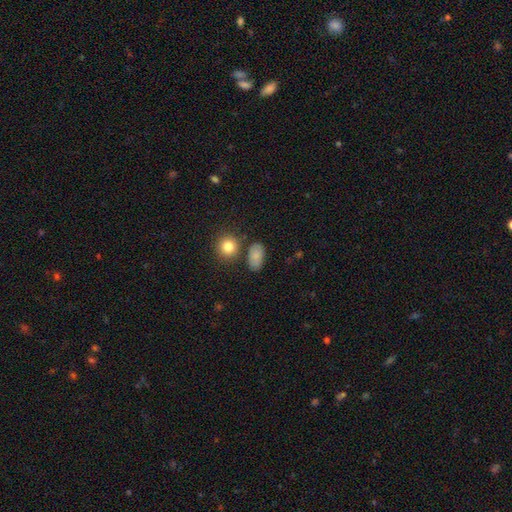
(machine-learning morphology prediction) Smooth or featured? Predicted: smooth (p=0.81). How rounded? Predicted: in between (p=0.84). Merging? Predicted: none (p=0.70).